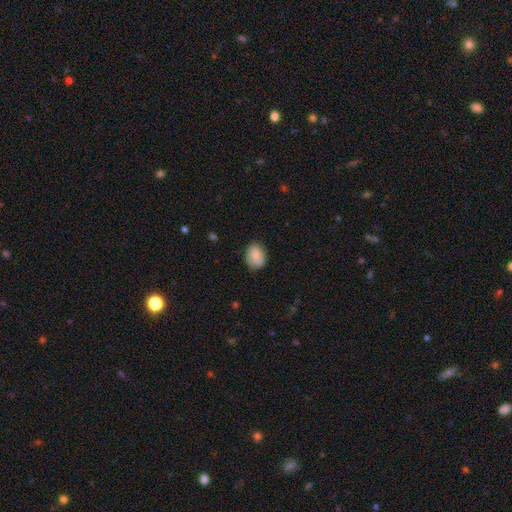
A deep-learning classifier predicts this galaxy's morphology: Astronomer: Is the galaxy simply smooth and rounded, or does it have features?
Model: smooth — 87%.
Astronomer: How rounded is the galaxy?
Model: in between — 74%.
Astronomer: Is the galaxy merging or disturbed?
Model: none — 79%.